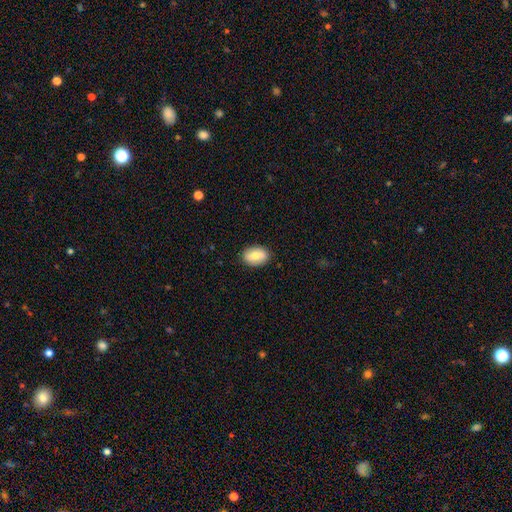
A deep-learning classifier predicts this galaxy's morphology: A smooth galaxy with no disk features (73%) that is in between round and cigar-shaped (85%).

Vote fractions:
- Smooth or featured? smooth: 73% / featured or disk: 20% / star or artifact: 7%
- How rounded? in between: 85% / round: 13% / cigar-shaped: 2%
- Merging? none: 88% / minor disturbance: 9% / major disturbance: 2% / merger: 1%